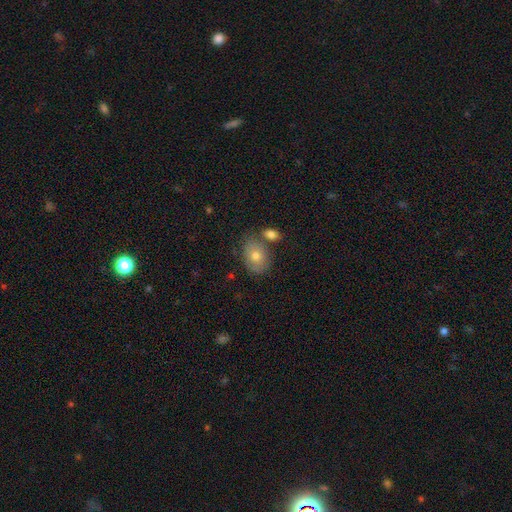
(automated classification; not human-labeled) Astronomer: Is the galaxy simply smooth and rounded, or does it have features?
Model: smooth — 72%.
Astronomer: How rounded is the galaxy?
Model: in between — 71%.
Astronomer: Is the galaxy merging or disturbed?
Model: none — 62%.